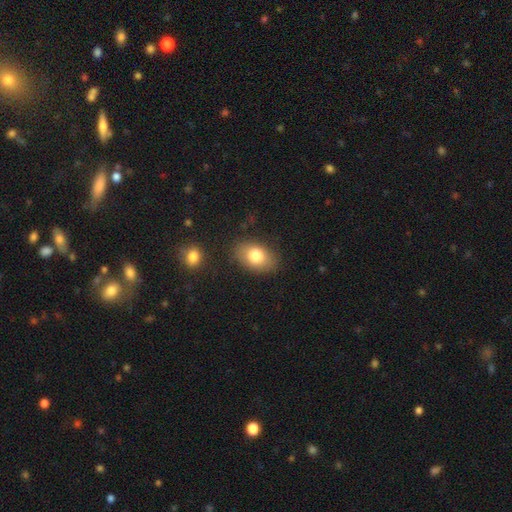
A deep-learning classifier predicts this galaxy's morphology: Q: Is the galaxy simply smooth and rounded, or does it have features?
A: smooth — 79%.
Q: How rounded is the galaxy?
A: in between — 83%.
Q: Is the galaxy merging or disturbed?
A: none — 81%.